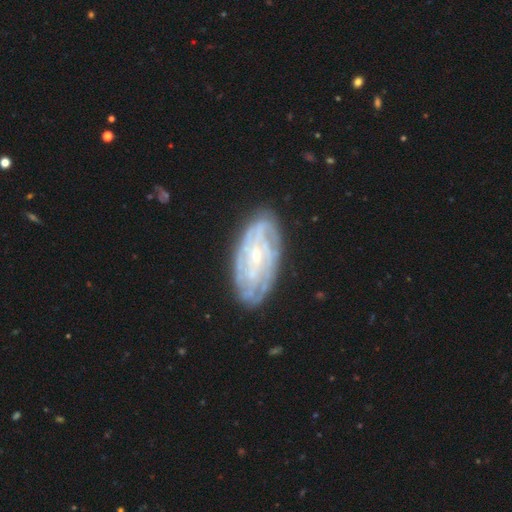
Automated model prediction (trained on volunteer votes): A featured or disk galaxy (78%) with no bar (57%), tight (73%) spiral arms (89%) and a small central bulge (64%).

Vote fractions:
- Smooth or featured? featured or disk: 78% / smooth: 15% / star or artifact: 6%
- Edge-on disk? no: 93% / yes: 7%
- Bar? no: 57% / weak: 34% / strong: 10%
- Spiral arms? yes: 89% / no: 11%
- Spiral winding? tight: 73% / medium: 22% / loose: 5%
- Spiral arm count? can't tell: 49% / 4: 15% / 3: 12% / 2: 11% / more than 4: 8% / 1: 5%
- Bulge size? small: 64% / moderate: 28% / none: 5% / large: 2% / dominant: 1%
- Merging? none: 78% / minor disturbance: 16% / major disturbance: 4% / merger: 2%